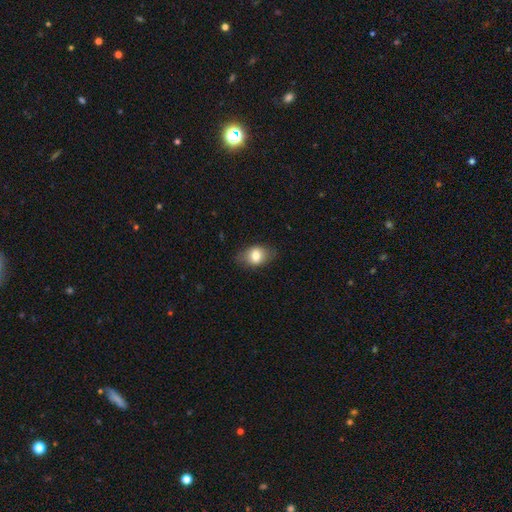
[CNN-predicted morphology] Smooth or featured? smooth (74%)
How rounded? in between (73%)
Merging? none (78%)